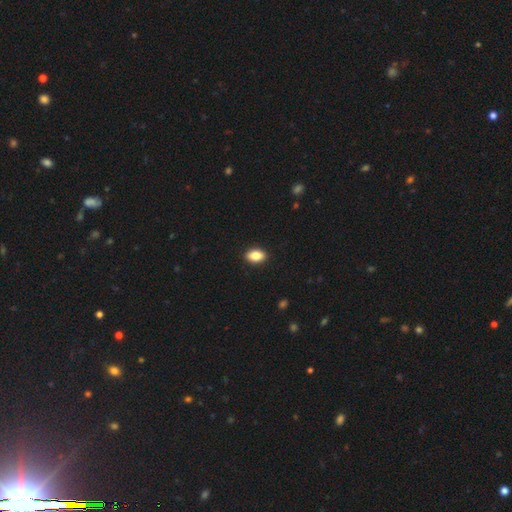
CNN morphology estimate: Smooth or featured? smooth (85%)
How rounded? in between (88%)
Merging? none (90%)